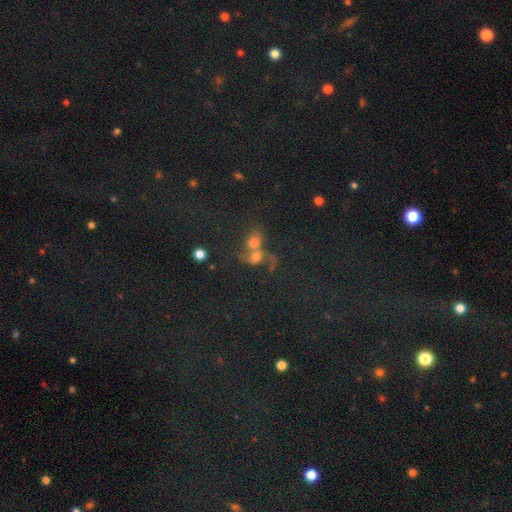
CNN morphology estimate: smooth-or-featured: star or artifact: 53% | smooth: 33% | featured or disk: 14%